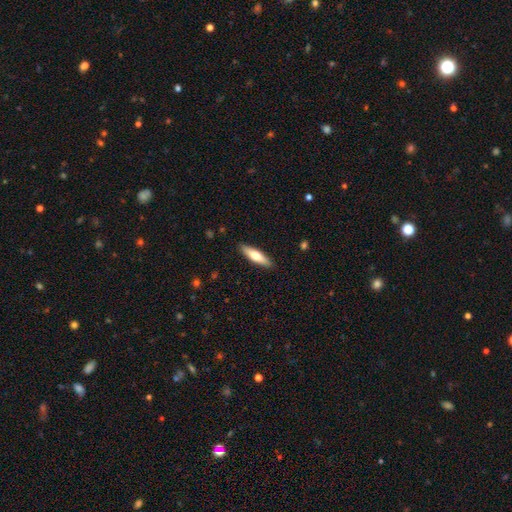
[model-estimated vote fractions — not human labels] smooth 61%, featured or disk 34%, star or artifact 5%. Down the decision tree: how rounded — cigar-shaped (67%); merging — none (90%).